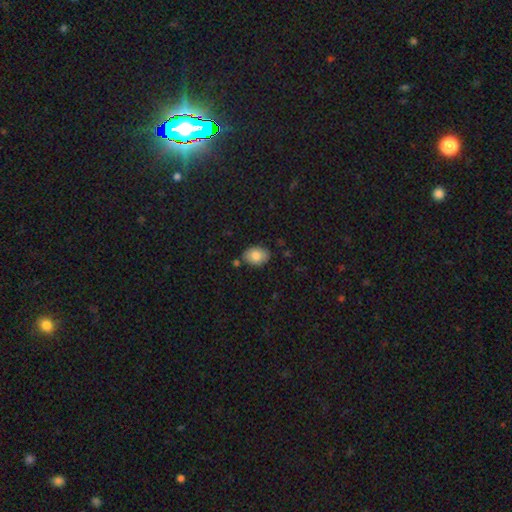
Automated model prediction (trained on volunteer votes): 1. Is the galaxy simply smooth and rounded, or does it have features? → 83% smooth, 10% featured or disk, 8% star or artifact.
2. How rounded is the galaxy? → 77% in between, 22% round, 1% cigar-shaped.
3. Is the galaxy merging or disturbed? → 77% none, 15% minor disturbance, 5% merger, 3% major disturbance.